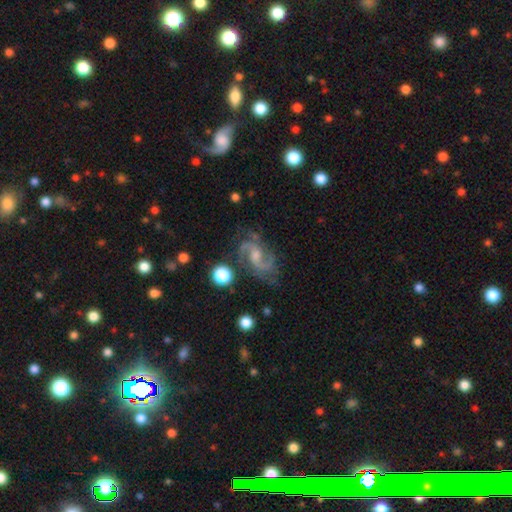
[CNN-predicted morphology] A featured or disk galaxy (88%) with a weak bar (46%), 2 (79%) medium (56%) spiral arms (98%) and a small central bulge (44%). Merging: none (74%).